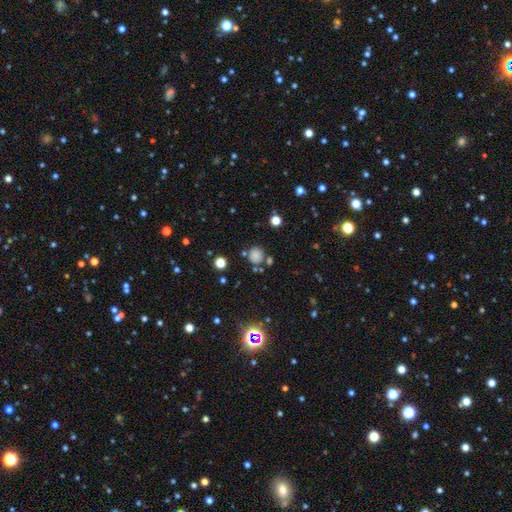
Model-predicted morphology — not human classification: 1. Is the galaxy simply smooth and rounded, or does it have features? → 75% smooth, 18% star or artifact, 7% featured or disk.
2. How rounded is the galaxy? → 86% round, 13% in between, 1% cigar-shaped.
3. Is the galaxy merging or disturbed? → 73% none, 13% minor disturbance, 9% merger, 4% major disturbance.